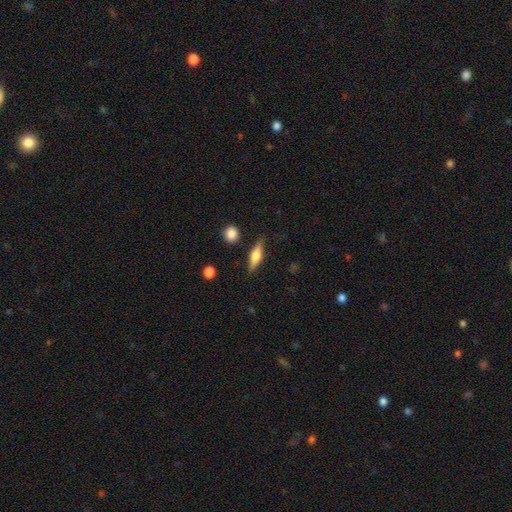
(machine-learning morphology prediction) Smooth or featured?
  - smooth: 48% *
  - featured or disk: 45%
  - star or artifact: 7%
Merging?
  - none: 83% *
  - minor disturbance: 12%
  - major disturbance: 3%
  - merger: 3%